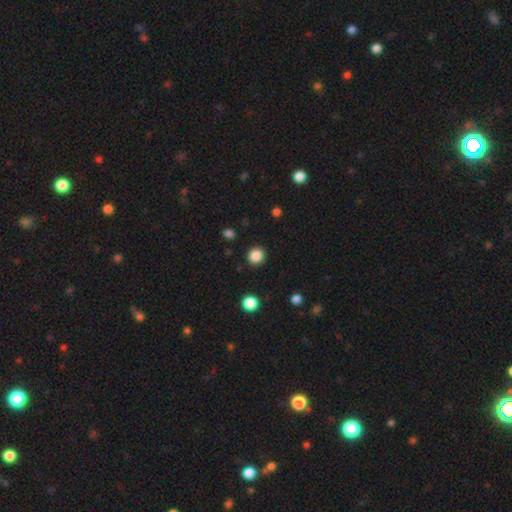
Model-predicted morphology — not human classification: Q: Smooth or featured?
A: smooth (86%); runner-up: star or artifact (10%)
Q: How rounded?
A: round (86%); runner-up: in between (13%)
Q: Merging?
A: none (91%); runner-up: minor disturbance (6%)